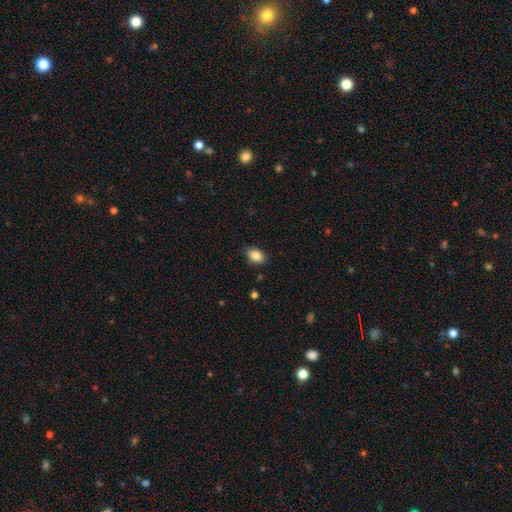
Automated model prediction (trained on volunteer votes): Smooth or featured? Predicted: smooth (p=0.86). How rounded? Predicted: in between (p=0.84). Merging? Predicted: none (p=0.86).